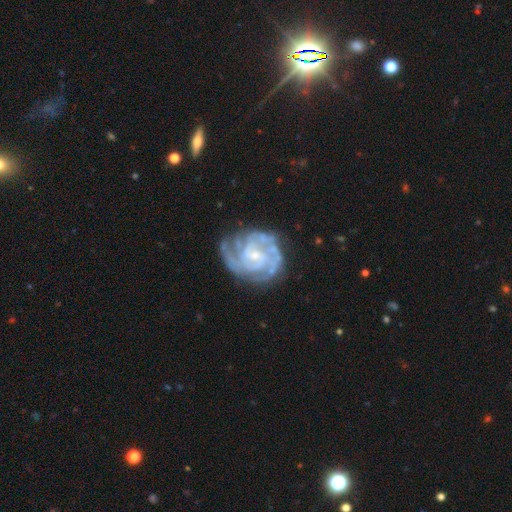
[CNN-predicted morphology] Overall: featured or disk (89%). Edge-on disk: no (98%). Bar: no (51%; weak 39%). Spiral arms: yes (97%). Spiral arm count: 3 (27%, tied with 2). Spiral winding: tight (67%; medium 29%). Bulge size: small (66%; moderate 26%). Merging: none (69%).